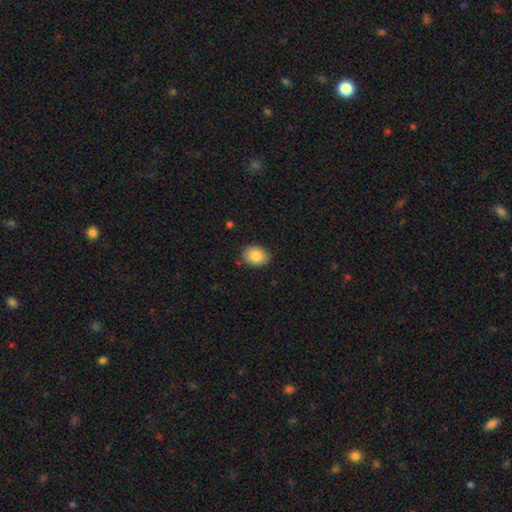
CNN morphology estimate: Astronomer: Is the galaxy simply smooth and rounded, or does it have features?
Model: smooth — 86%.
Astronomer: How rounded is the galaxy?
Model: in between — 64%.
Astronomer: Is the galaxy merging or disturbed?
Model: none — 85%.